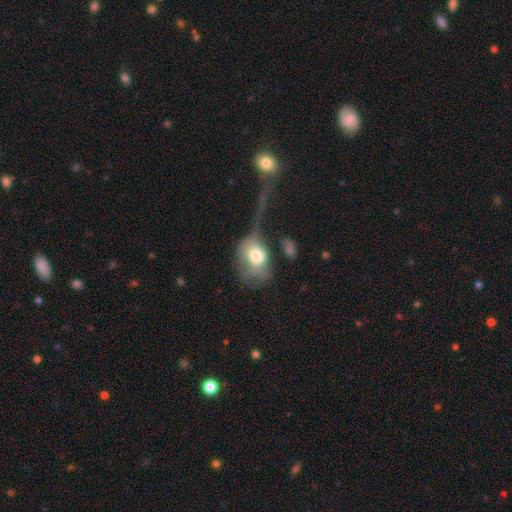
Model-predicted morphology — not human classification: Smooth or featured: smooth — 64% (featured or disk — 28%)
How rounded: in between — 66% (round — 32%)
Merging: major disturbance — 56% (minor disturbance — 17%)